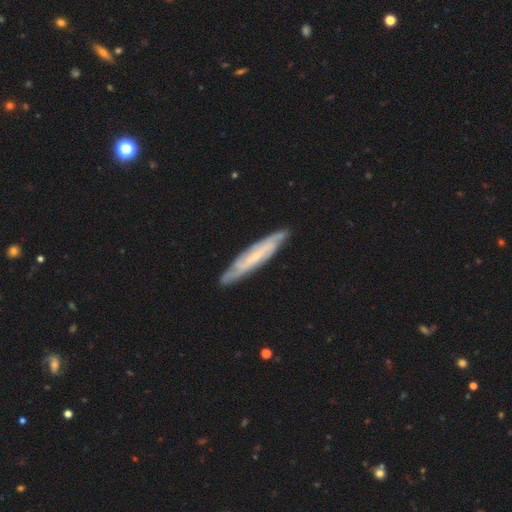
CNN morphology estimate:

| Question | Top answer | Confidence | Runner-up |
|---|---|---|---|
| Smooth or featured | featured or disk | 71% | smooth (23%) |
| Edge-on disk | no | 53% | yes (47%) |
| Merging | none | 83% | minor disturbance (13%) |